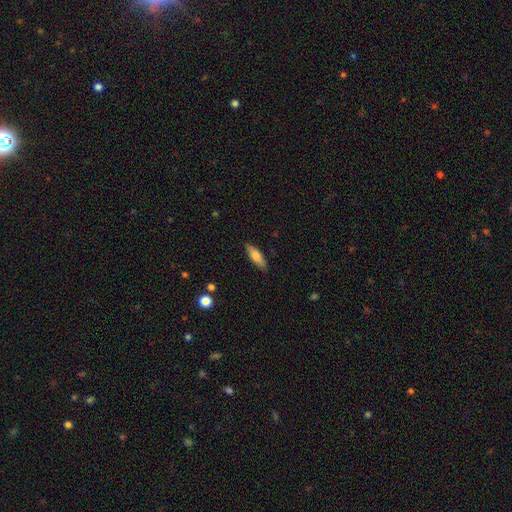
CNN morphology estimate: Smooth or featured? smooth (69%)
How rounded? cigar-shaped (52%)
Merging? none (87%)